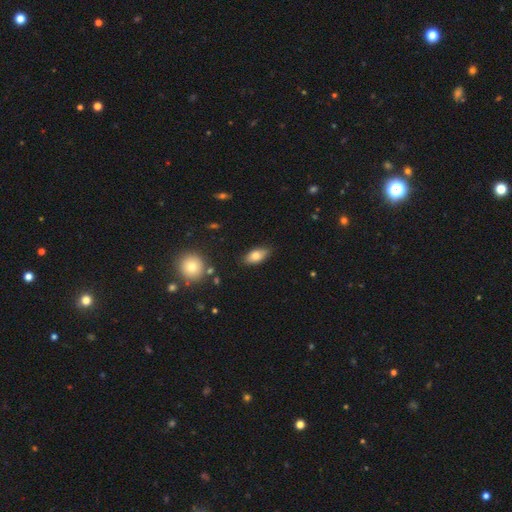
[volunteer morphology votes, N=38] Smooth or featured?
  - smooth: 79% *
  - featured or disk: 16%
  - star or artifact: 5%
How rounded?
  - in between: 93% *
  - round: 3%
  - cigar-shaped: 3%
Merging?
  - none: 92% *
  - minor disturbance: 8%
  - major disturbance: 0%
  - merger: 0%